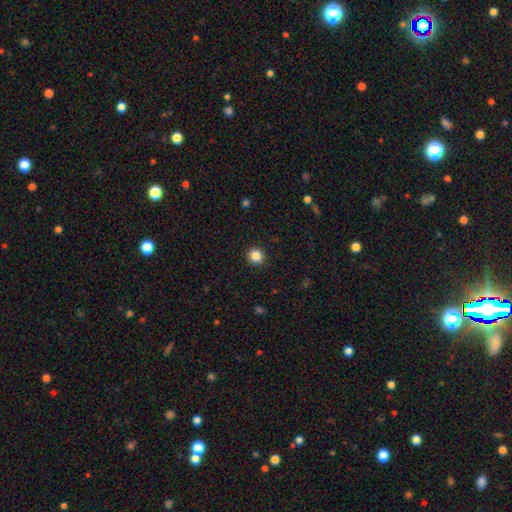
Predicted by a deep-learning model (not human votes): The model was most divided on "smooth or featured": smooth: 85%, star or artifact: 11%, featured or disk: 4%. More confident: merging — none (93%); how rounded — round (93%).